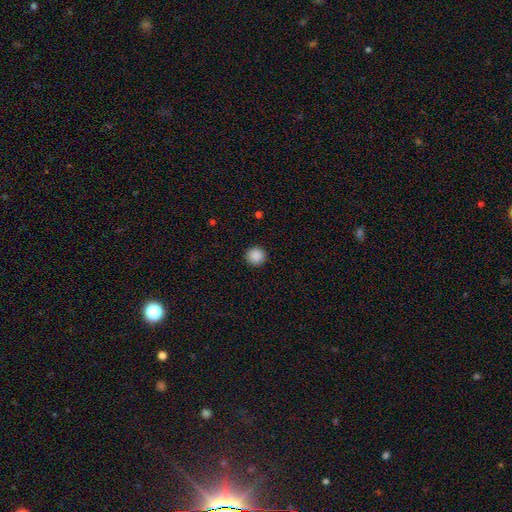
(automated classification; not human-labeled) Overall: smooth (89%). How rounded: round (94%). Merging: none (93%).